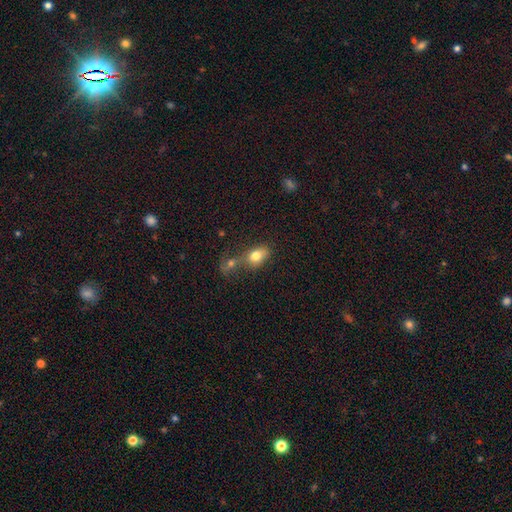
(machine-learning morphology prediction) This is likely a smooth galaxy (78%). How rounded: likely in between (76%). Merging: possibly merger (51%).